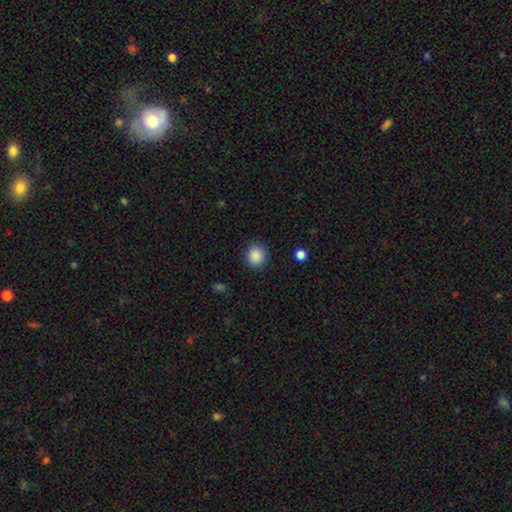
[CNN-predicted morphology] smooth 88%, star or artifact 9%, featured or disk 3%. Down the decision tree: how rounded — round (89%); merging — none (90%).